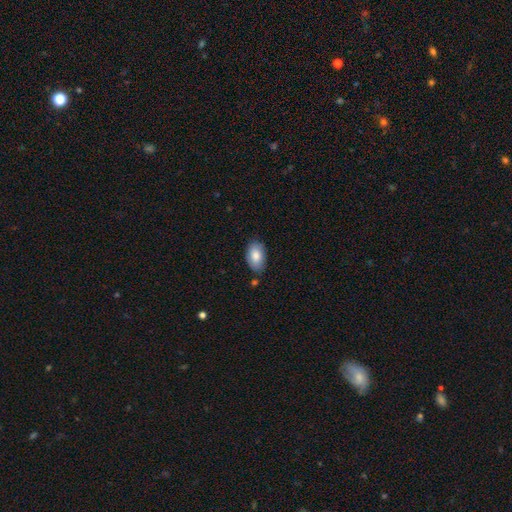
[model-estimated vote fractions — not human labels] A smooth galaxy with no disk features (84%) that is in between round and cigar-shaped (93%). Merging: none (79%).